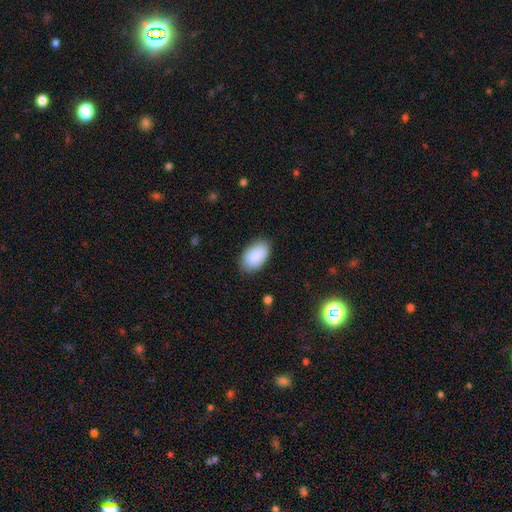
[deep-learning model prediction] Smooth or featured? Predicted: smooth (p=0.90). How rounded? Predicted: in between (p=0.94). Merging? Predicted: none (p=0.84).